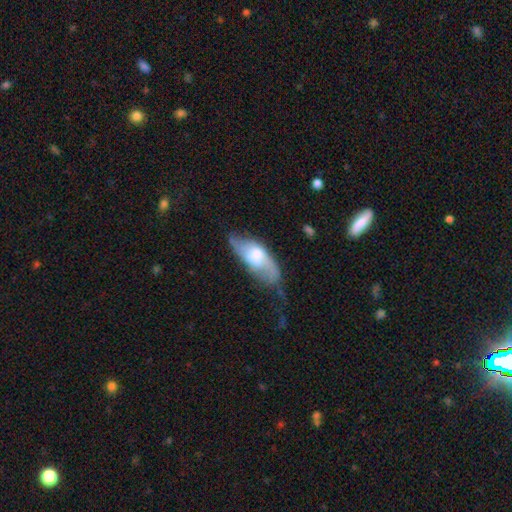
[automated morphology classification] type=featured or disk (54%); edge-on=no (81%); merging=none (43%).